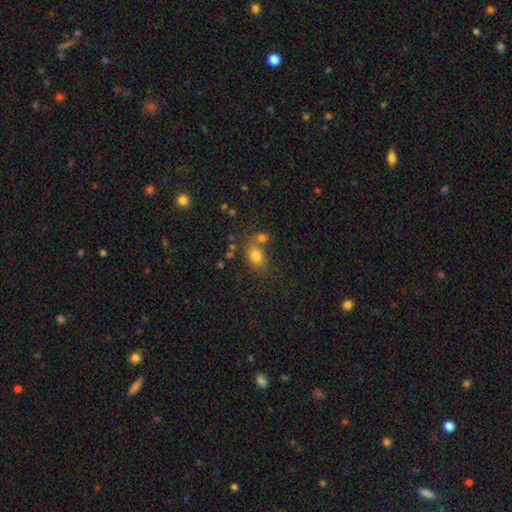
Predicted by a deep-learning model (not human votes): smooth-or-featured: smooth: 78% | star or artifact: 11% | featured or disk: 10%
  how-rounded: in between: 66% | round: 32% | cigar-shaped: 1%
  merging: none: 48% | merger: 31% | minor disturbance: 14% | major disturbance: 7%